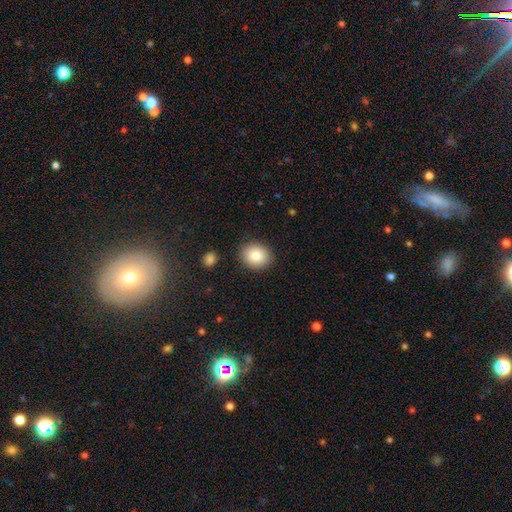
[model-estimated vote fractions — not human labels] This appears to be a smooth galaxy with no disk features (83%) that is round (63%). Merging: none (88%).